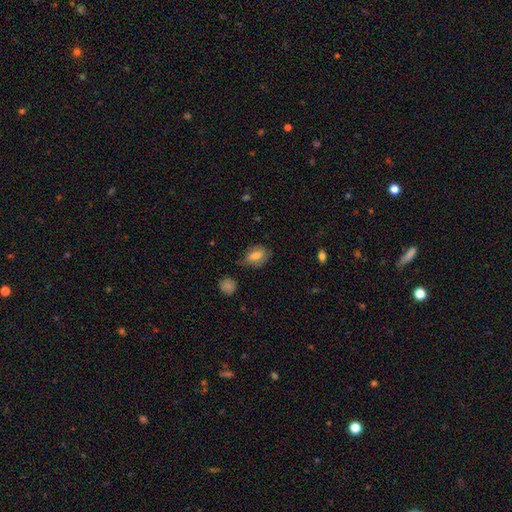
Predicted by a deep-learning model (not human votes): A smooth galaxy with no disk features (69%) that is in between round and cigar-shaped (80%).

Vote fractions:
- Smooth or featured? smooth: 69% / featured or disk: 22% / star or artifact: 8%
- How rounded? in between: 80% / round: 17% / cigar-shaped: 3%
- Merging? none: 64% / minor disturbance: 27% / major disturbance: 7% / merger: 2%